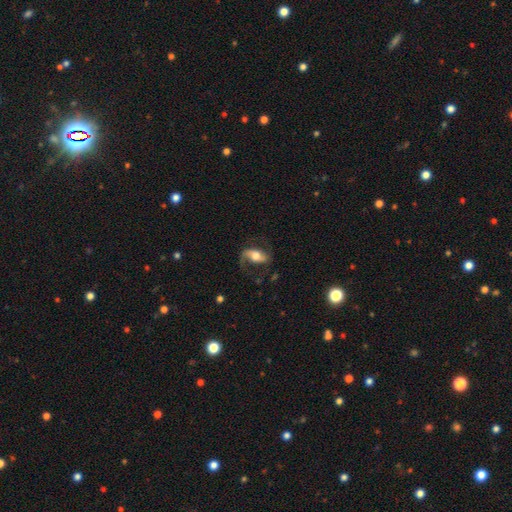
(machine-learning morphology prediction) Smooth or featured? featured or disk (67%)
Edge-on disk? no (92%)
Bar? no (37%)
Spiral arms? yes (89%)
Spiral winding? loose (56%)
Spiral arm count? 2 (78%)
Bulge size? moderate (57%)
Merging? none (62%)